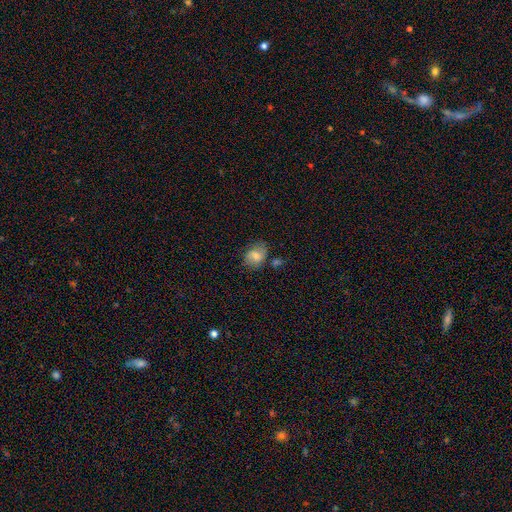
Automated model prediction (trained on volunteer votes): Smooth or featured? Predicted: smooth (p=0.70). How rounded? Predicted: in between (p=0.59). Merging? Predicted: none (p=0.67).